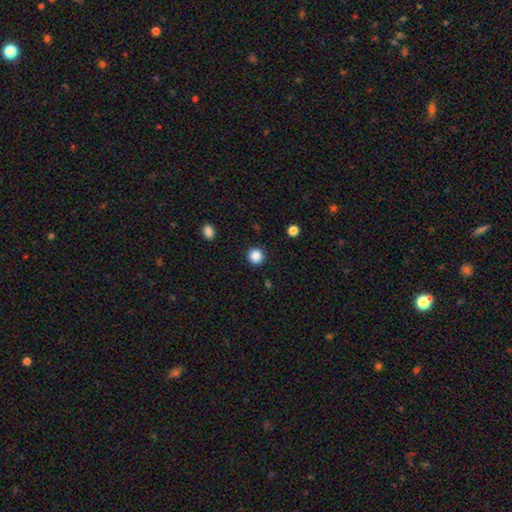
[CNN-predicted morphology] A smooth galaxy with no disk features (87%) that is round (94%). Merging: none (92%).